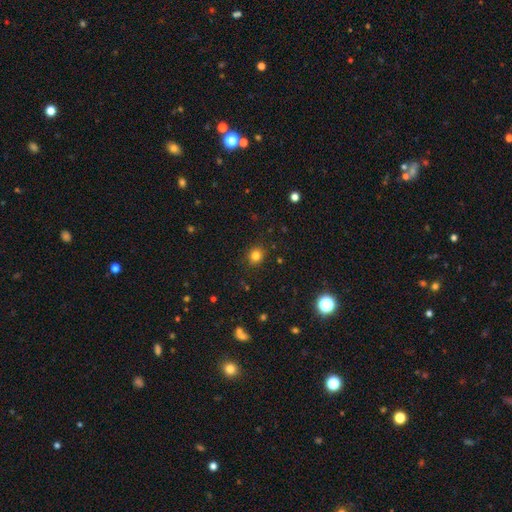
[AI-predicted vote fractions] smooth 81%, star or artifact 14%, featured or disk 6%. Down the decision tree: how rounded — round (82%); merging — none (88%).